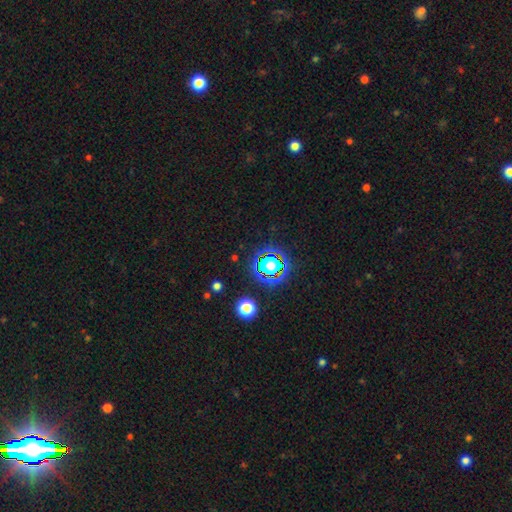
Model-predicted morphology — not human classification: Overall: star or artifact (81%).